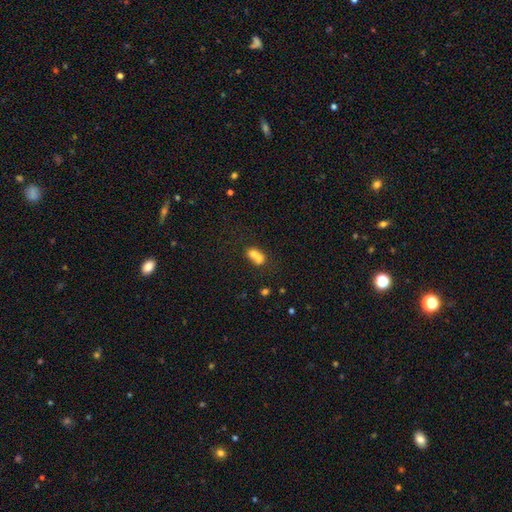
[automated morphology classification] Smooth or featured: smooth — 70% (featured or disk — 18%)
How rounded: in between — 66% (round — 28%)
Merging: merger — 56% (none — 24%)